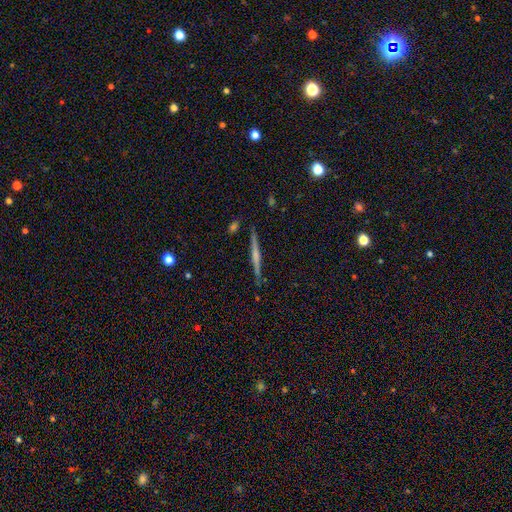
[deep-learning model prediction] A featured or disk galaxy (62%) viewed edge-on (98%) with no central bulge (47%).

Vote fractions:
- Smooth or featured? featured or disk: 62% / smooth: 31% / star or artifact: 7%
- Edge-on disk? yes: 98% / no: 2%
- Edge-on bulge? none: 47% / rounded: 35% / boxy: 18%
- Merging? none: 88% / minor disturbance: 8% / major disturbance: 2% / merger: 2%